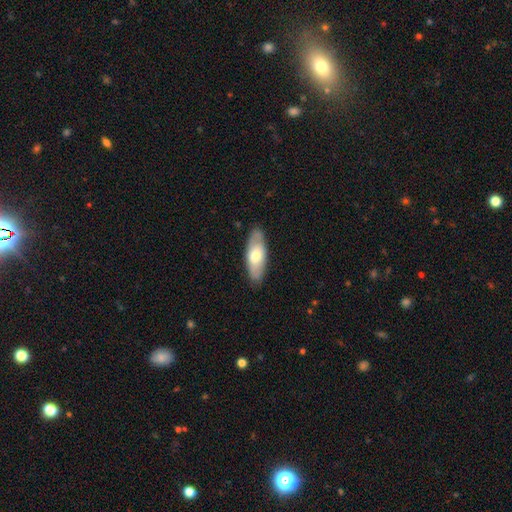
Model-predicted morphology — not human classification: Overall: smooth (62%; featured or disk 32%). How rounded: in between (74%). Merging: none (84%).